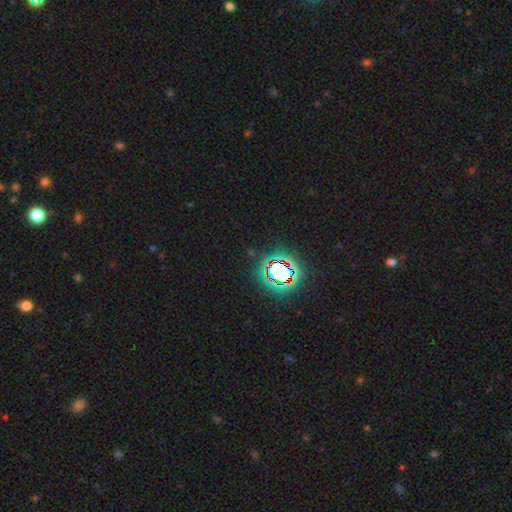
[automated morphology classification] smooth-or-featured: star or artifact: 79% | smooth: 13% | featured or disk: 8%